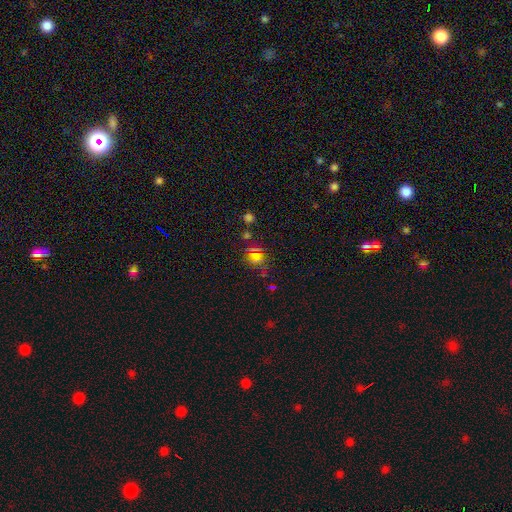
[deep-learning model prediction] star or artifact 46%, smooth 45%, featured or disk 9%.